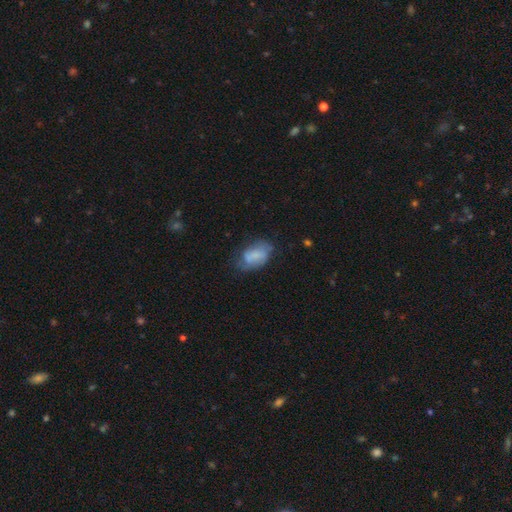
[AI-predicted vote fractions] Overall: smooth (64%; featured or disk 28%). How rounded: in between (90%). Merging: none (48%; minor disturbance 32%).